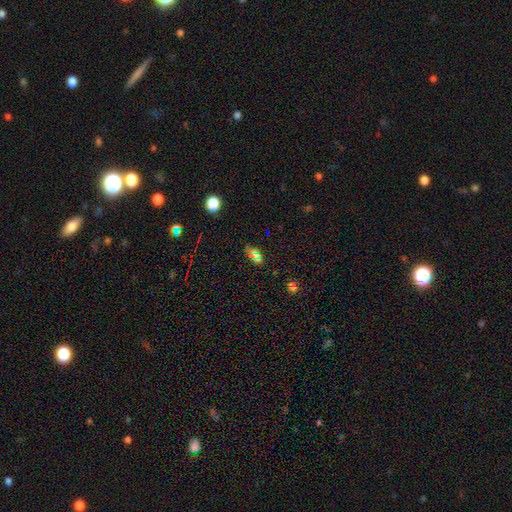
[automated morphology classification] The model was most divided on "smooth or featured": smooth: 47%, star or artifact: 41%, featured or disk: 12%. More confident: merging — none (75%).